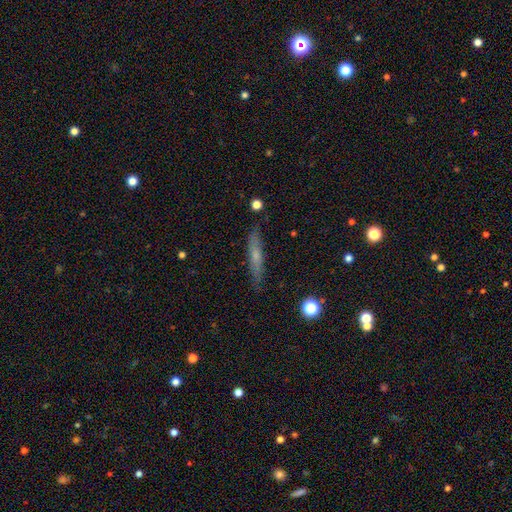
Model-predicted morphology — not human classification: This is possibly a smooth galaxy (49%). Merging: clearly none (84%).